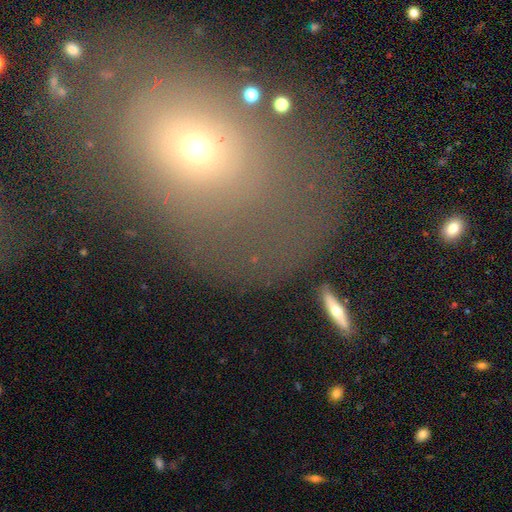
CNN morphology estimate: This appears to be a smooth galaxy with no disk features (52%) that is in between round and cigar-shaped (56%). Merging: none (54%).